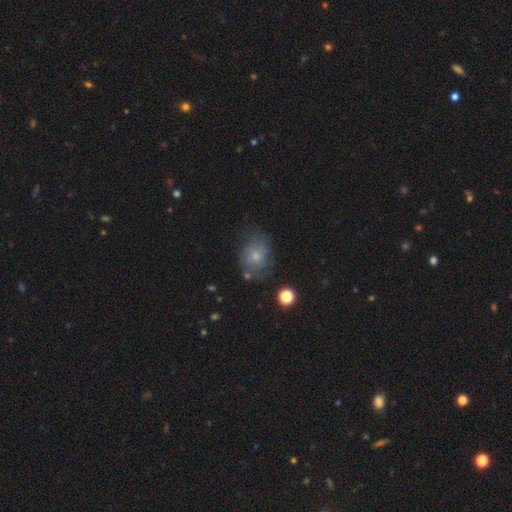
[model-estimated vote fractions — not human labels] Smooth or featured: smooth — 52% (featured or disk — 38%)
How rounded: in between — 52% (round — 47%)
Merging: none — 50% (minor disturbance — 29%)